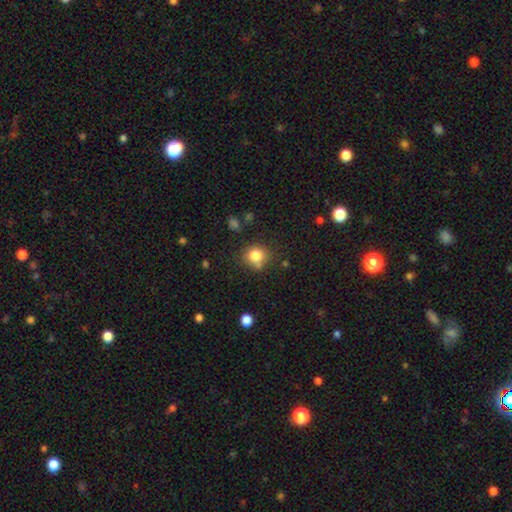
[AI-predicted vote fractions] smooth-or-featured: smooth: 80% | star or artifact: 12% | featured or disk: 8%
  how-rounded: round: 81% | in between: 18% | cigar-shaped: 1%
  merging: none: 71% | minor disturbance: 15% | merger: 9% | major disturbance: 5%